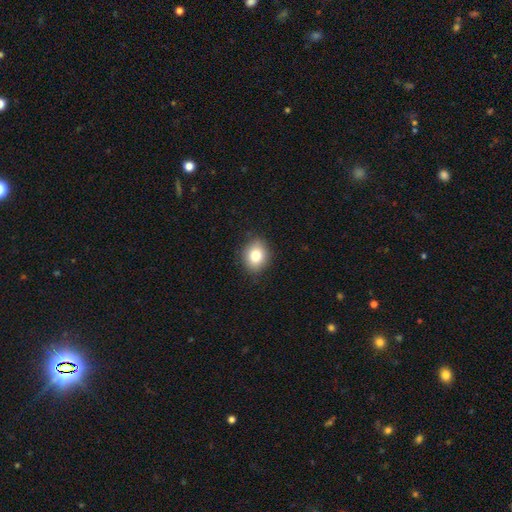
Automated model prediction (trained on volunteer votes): Morphology: type=smooth (80%); roundness=round (62%); merging=none (88%).